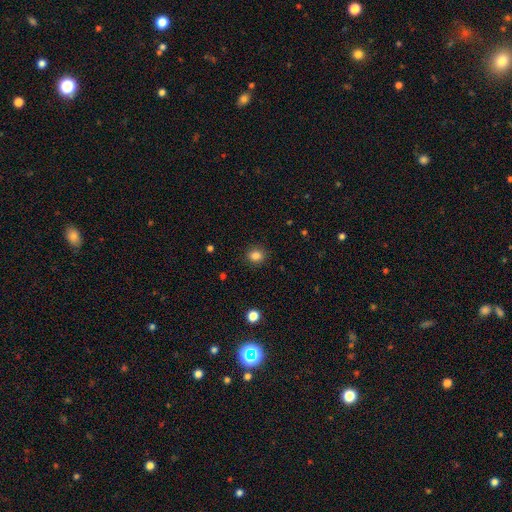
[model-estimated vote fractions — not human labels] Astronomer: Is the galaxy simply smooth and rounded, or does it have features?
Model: smooth — 84%.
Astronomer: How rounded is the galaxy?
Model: round — 80%.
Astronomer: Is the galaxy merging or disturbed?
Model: none — 90%.